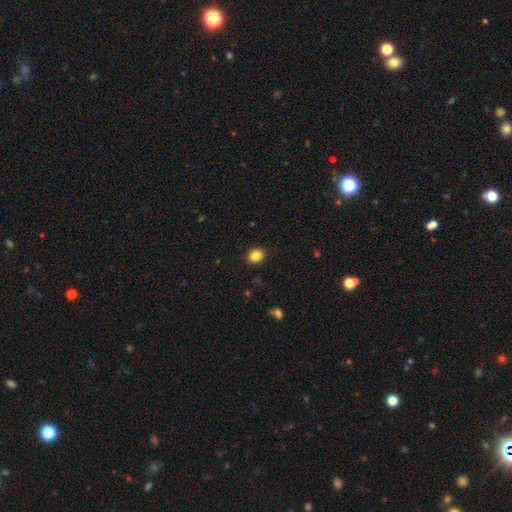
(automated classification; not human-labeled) smooth-or-featured: smooth: 86% | star or artifact: 10% | featured or disk: 4%
  how-rounded: round: 69% | in between: 30% | cigar-shaped: 1%
  merging: none: 91% | minor disturbance: 6% | major disturbance: 2% | merger: 1%